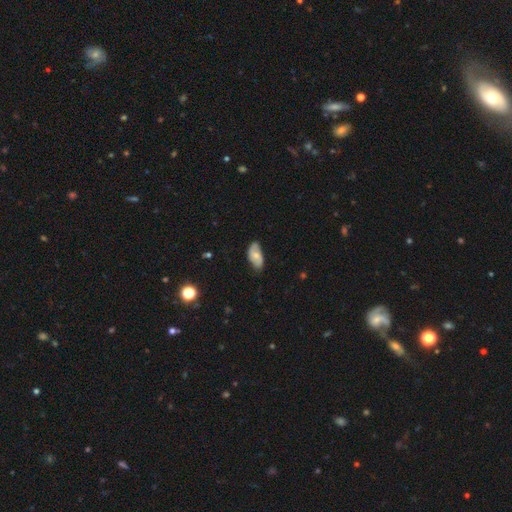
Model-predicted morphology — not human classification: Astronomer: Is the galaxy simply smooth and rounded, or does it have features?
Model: smooth — 54% (runner-up: featured or disk, 39%).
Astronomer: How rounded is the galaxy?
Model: in between — 92%.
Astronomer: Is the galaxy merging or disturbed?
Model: none — 71%.